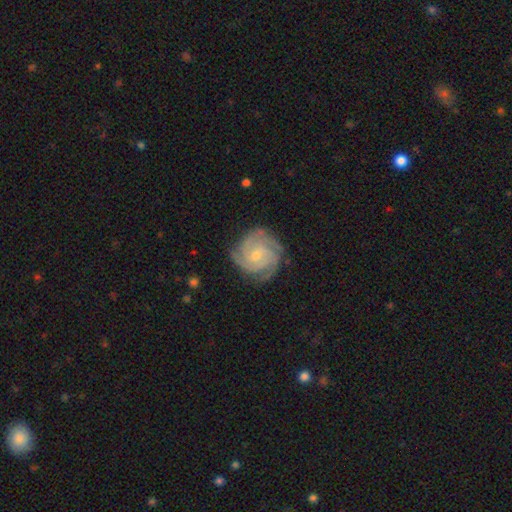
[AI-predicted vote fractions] A featured or disk galaxy (87%) with no bar (60%), 3 (36%) tight (74%) spiral arms (98%) and a small central bulge (62%).

Vote fractions:
- Smooth or featured? featured or disk: 87% / smooth: 8% / star or artifact: 5%
- Edge-on disk? no: 98% / yes: 2%
- Bar? no: 60% / weak: 33% / strong: 7%
- Spiral arms? yes: 98% / no: 2%
- Spiral winding? tight: 74% / medium: 23% / loose: 3%
- Spiral arm count? 3: 36% / 4: 28% / can't tell: 14% / 2: 10% / more than 4: 6% / 1: 6%
- Bulge size? small: 62% / moderate: 34% / none: 2% / large: 1% / dominant: 1%
- Merging? none: 81% / minor disturbance: 15% / major disturbance: 3% / merger: 1%